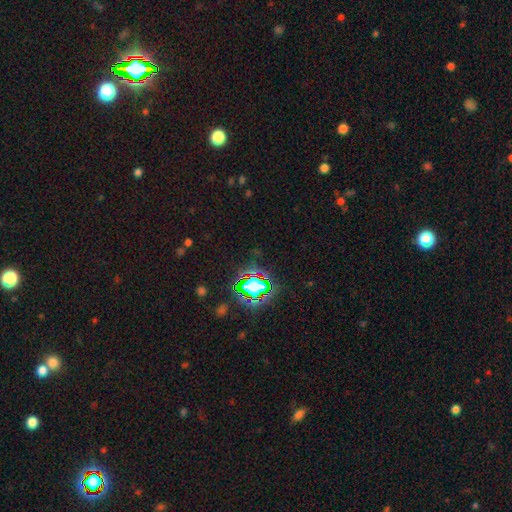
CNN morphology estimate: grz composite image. It shows a star or artifact, not a galaxy (77%).